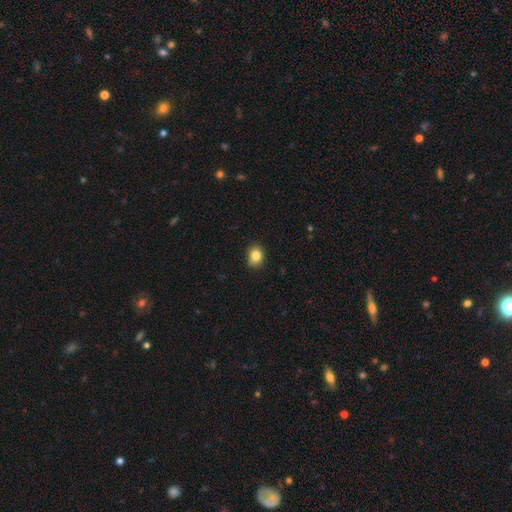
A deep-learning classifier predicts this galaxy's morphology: type=smooth (84%); roundness=round (60%); merging=none (83%).